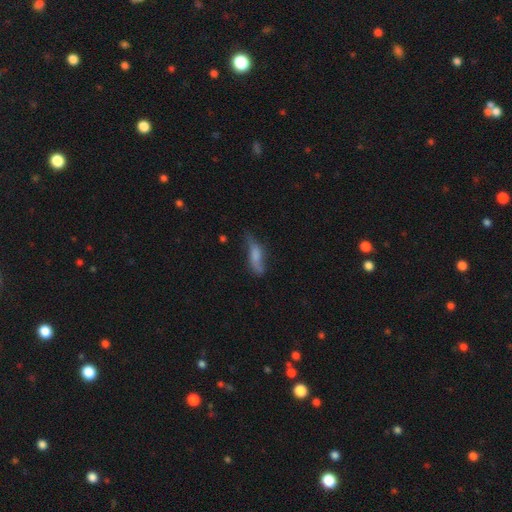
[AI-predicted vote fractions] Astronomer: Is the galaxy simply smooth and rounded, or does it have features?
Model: smooth — 59%.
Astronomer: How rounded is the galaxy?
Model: in between — 50% (runner-up: cigar-shaped, 47%).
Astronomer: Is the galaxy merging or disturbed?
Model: none — 45% (runner-up: minor disturbance, 32%).